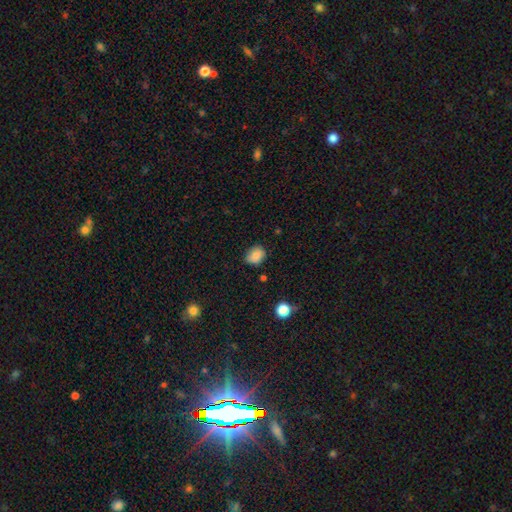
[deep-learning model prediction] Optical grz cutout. It shows a smooth galaxy with no disk features (84%) that is in between round and cigar-shaped (51%). Merging: none (74%).